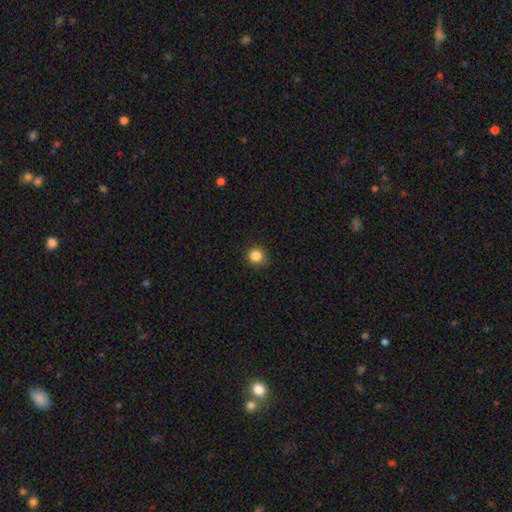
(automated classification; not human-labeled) smooth_or_featured: smooth (p=0.85) [alt: star or artifact p=0.11]
how_rounded: round (p=0.91) [alt: in between p=0.08]
merging: none (p=0.84) [alt: minor disturbance p=0.12]